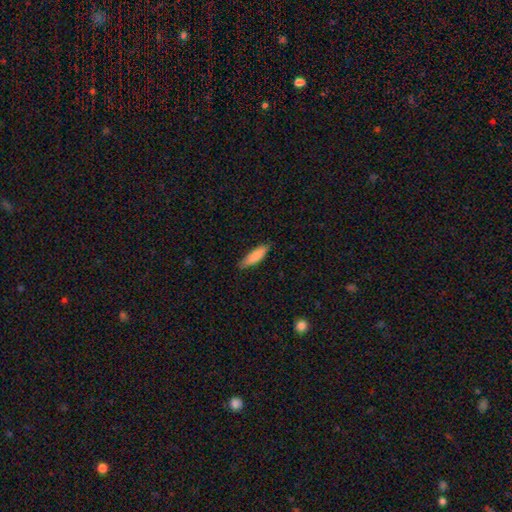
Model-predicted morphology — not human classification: type=smooth (85%); roundness=cigar-shaped (63%); merging=none (82%).